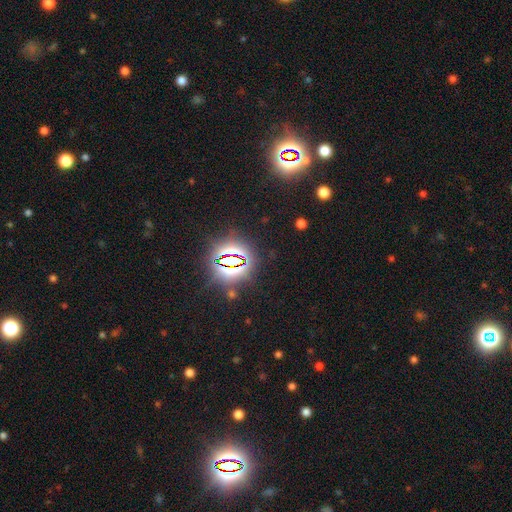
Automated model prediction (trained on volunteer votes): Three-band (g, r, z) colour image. It shows a star or artifact, not a galaxy (80%).